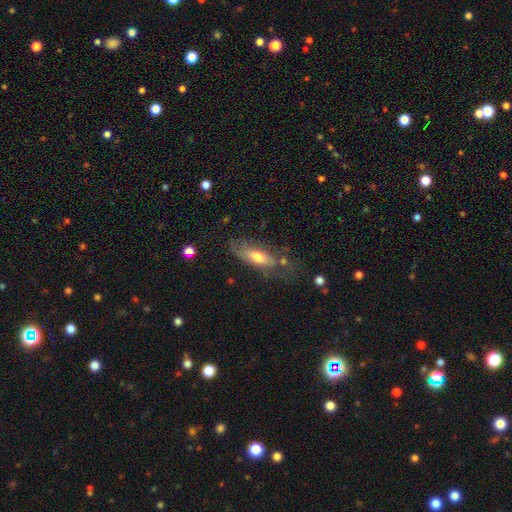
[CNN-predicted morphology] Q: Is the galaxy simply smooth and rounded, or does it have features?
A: featured or disk — 47%.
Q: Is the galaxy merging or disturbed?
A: none — 49%.